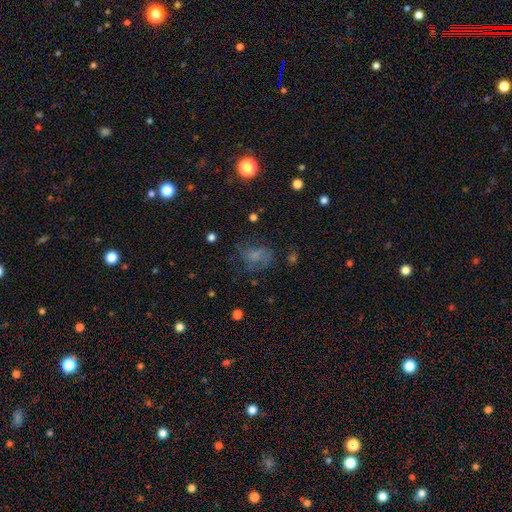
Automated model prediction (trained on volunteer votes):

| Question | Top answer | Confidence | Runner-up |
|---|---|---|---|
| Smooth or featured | smooth | 51% | featured or disk (30%) |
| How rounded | in between | 57% | round (41%) |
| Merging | none | 52% | major disturbance (23%) |